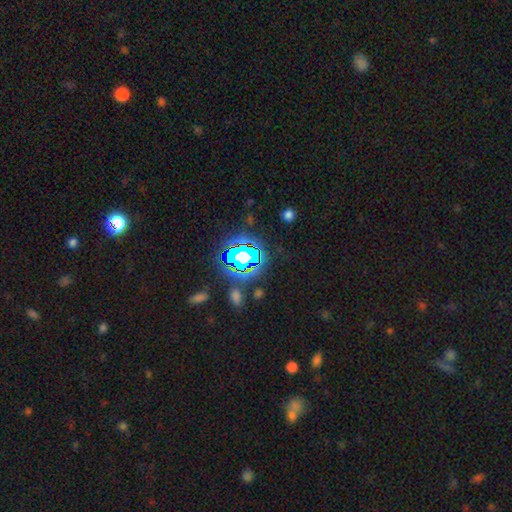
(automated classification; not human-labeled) Morphology: type=star or artifact (76%).